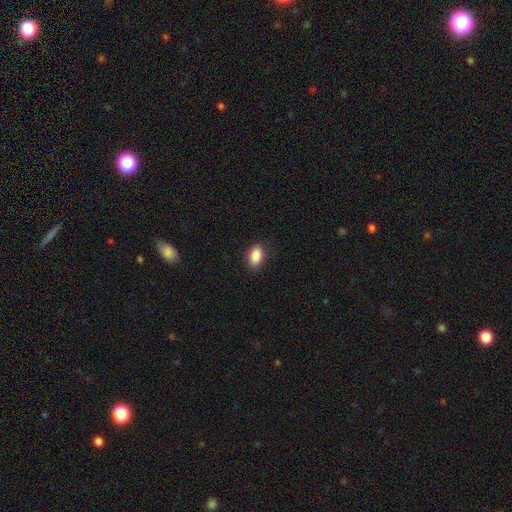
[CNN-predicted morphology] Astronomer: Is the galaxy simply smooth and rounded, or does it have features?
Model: smooth — 88%.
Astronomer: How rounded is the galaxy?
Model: in between — 90%.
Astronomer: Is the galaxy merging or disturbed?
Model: none — 88%.